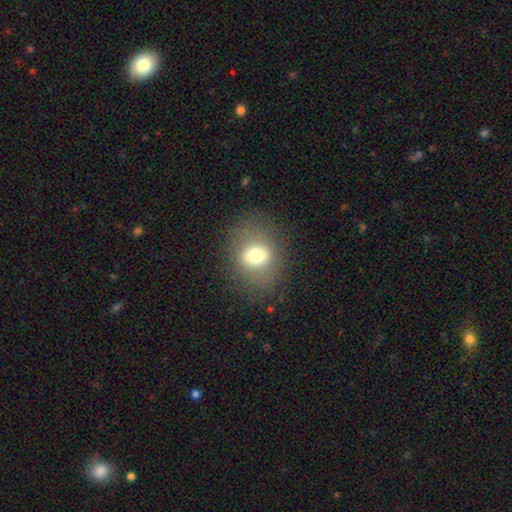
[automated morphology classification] Q: Smooth or featured?
A: smooth (64%); runner-up: featured or disk (24%)
Q: How rounded?
A: in between (50%); runner-up: round (49%)
Q: Merging?
A: none (79%); runner-up: minor disturbance (12%)